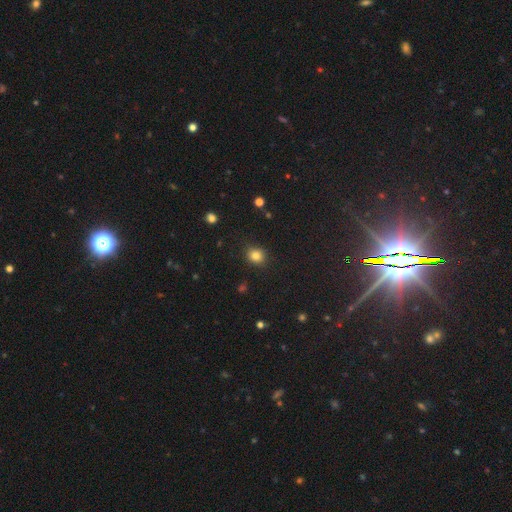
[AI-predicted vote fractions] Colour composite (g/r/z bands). It shows a smooth galaxy with no disk features (83%) that is round (73%). Merging: none (86%).